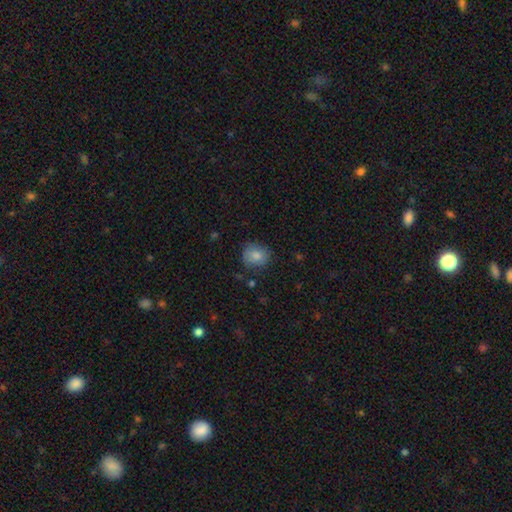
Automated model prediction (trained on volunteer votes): smooth-or-featured: smooth: 84% | star or artifact: 8% | featured or disk: 8%
  how-rounded: round: 71% | in between: 28% | cigar-shaped: 1%
  merging: none: 75% | minor disturbance: 19% | major disturbance: 5% | merger: 2%